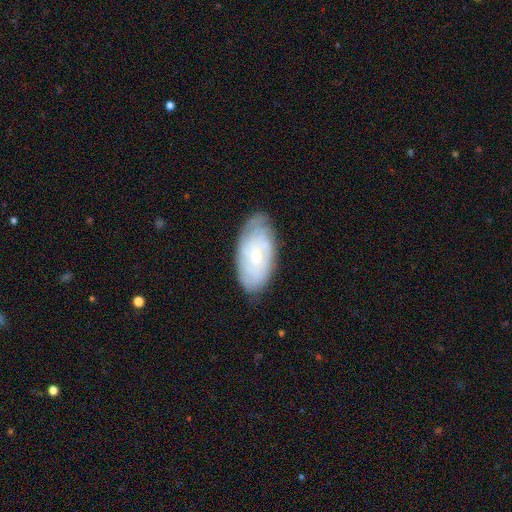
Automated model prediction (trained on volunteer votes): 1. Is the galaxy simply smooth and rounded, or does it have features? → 61% featured or disk, 32% smooth, 7% star or artifact.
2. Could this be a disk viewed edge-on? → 93% no, 7% yes.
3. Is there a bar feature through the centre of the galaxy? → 72% no, 24% weak, 4% strong.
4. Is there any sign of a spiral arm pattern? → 81% yes, 19% no.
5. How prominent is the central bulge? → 59% small, 37% moderate, 2% none, 2% large, 1% dominant.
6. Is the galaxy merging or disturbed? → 73% none, 21% minor disturbance, 4% major disturbance, 1% merger.